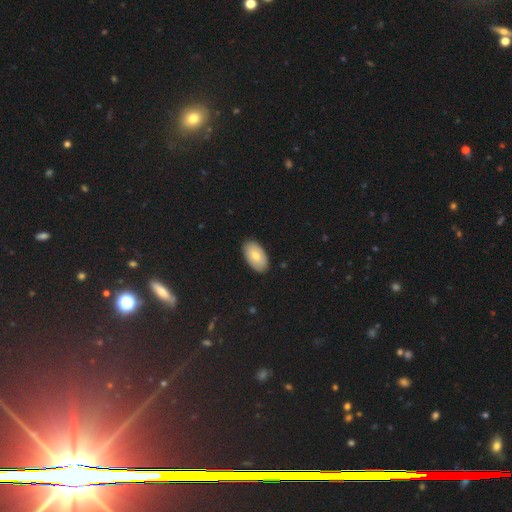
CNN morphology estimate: Smooth or featured? Predicted: smooth (p=0.76). How rounded? Predicted: in between (p=0.95). Merging? Predicted: none (p=0.88).